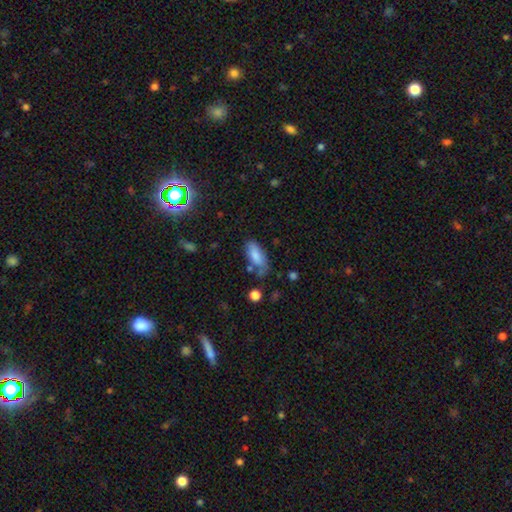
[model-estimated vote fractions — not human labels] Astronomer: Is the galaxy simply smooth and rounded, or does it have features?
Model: smooth — 81%.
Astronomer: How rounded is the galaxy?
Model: in between — 79%.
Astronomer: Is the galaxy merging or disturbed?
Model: none — 59%.